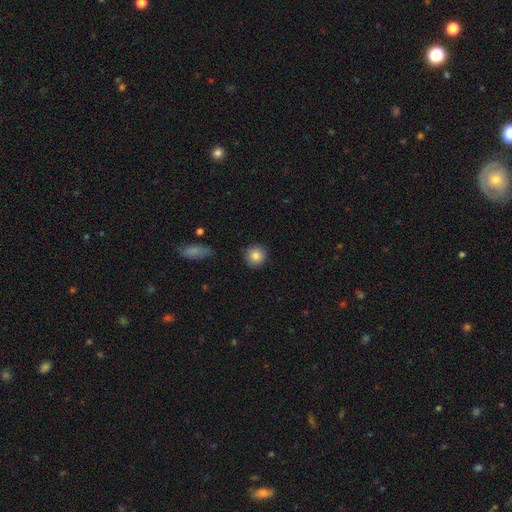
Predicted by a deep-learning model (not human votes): Smooth or featured? smooth (86%)
How rounded? round (92%)
Merging? none (88%)